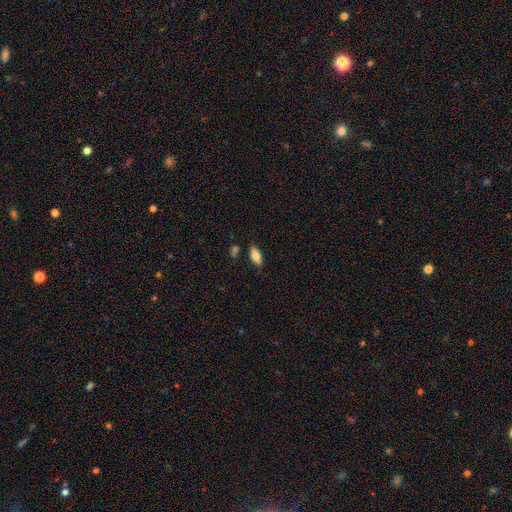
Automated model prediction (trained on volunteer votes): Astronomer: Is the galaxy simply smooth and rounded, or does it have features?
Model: smooth — 79%.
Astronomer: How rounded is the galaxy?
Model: in between — 84%.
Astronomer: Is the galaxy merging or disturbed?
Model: none — 82%.